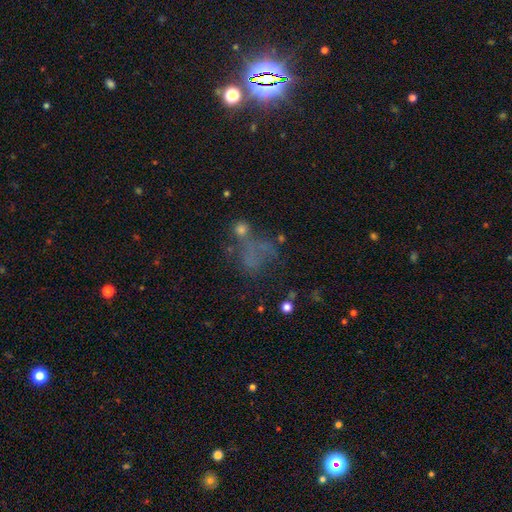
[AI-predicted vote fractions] Smooth or featured? Predicted: smooth (p=0.39). Merging? Predicted: none (p=0.38).